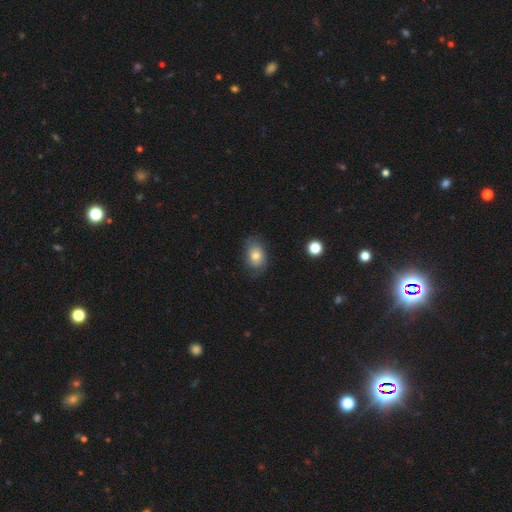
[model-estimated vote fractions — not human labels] A smooth galaxy with no disk features (74%) that is in between round and cigar-shaped (74%).

Vote fractions:
- Smooth or featured? smooth: 74% / featured or disk: 17% / star or artifact: 9%
- How rounded? in between: 74% / round: 24% / cigar-shaped: 1%
- Merging? none: 71% / minor disturbance: 22% / major disturbance: 6% / merger: 1%